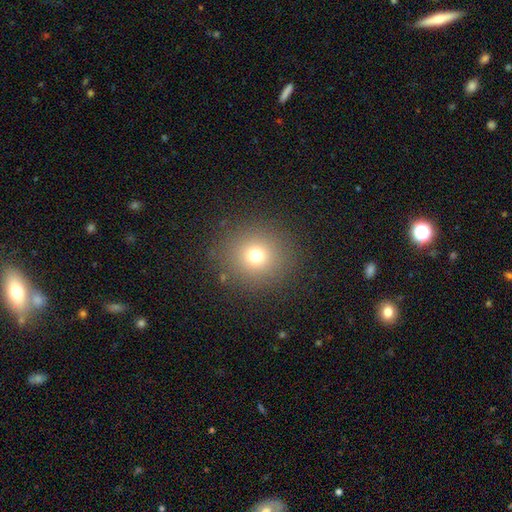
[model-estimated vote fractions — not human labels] A smooth galaxy with no disk features (71%) that is round (92%). Merging: none (88%).